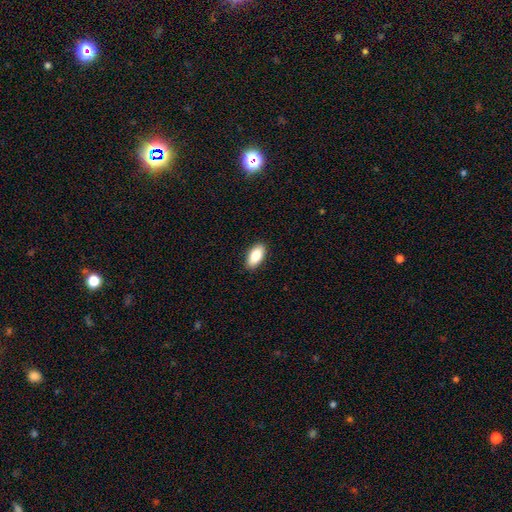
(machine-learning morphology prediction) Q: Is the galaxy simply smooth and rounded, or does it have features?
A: smooth — 84%.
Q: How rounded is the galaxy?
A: in between — 91%.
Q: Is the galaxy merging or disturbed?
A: none — 90%.